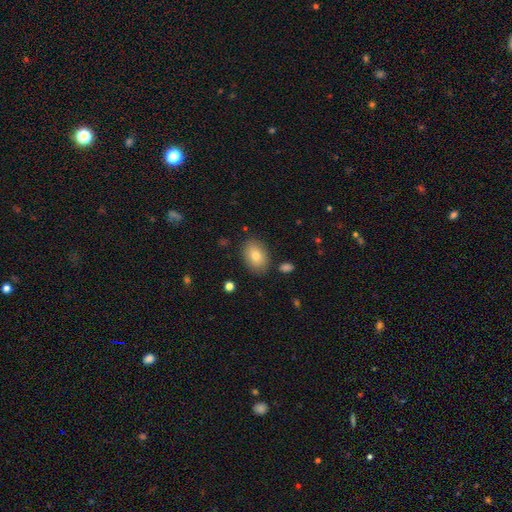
Smooth or featured: smooth — 92% (featured or disk — 5%)
How rounded: in between — 81% (round — 19%)
Merging: none — 95% (minor disturbance — 5%)